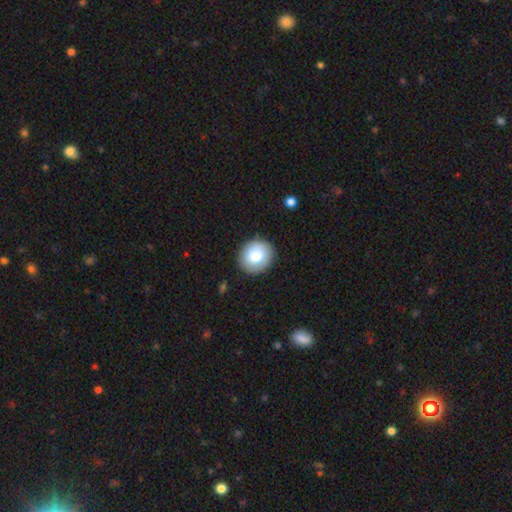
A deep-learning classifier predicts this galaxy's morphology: A smooth galaxy with no disk features (83%) that is round (80%). Merging: none (88%).